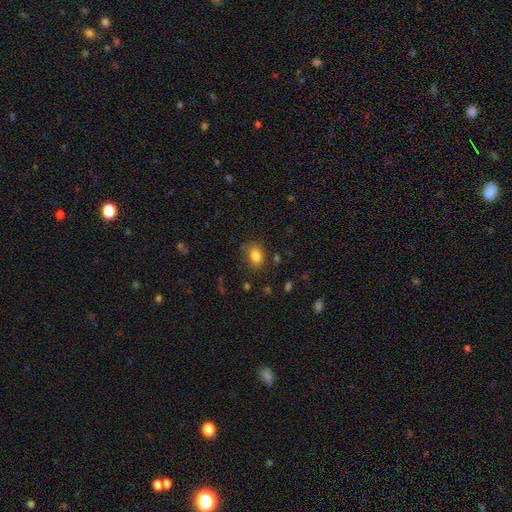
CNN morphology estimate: A smooth galaxy with no disk features (83%) that is in between round and cigar-shaped (74%). Merging: none (77%).